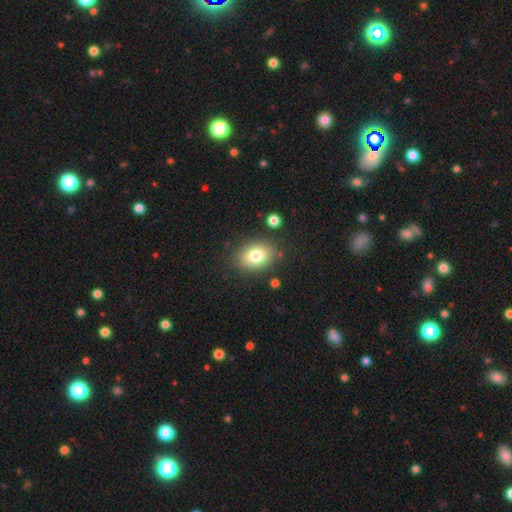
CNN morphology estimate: A smooth galaxy with no disk features (80%) that is in between round and cigar-shaped (66%).

Vote fractions:
- Smooth or featured? smooth: 80% / featured or disk: 10% / star or artifact: 10%
- How rounded? in between: 66% / round: 33% / cigar-shaped: 1%
- Merging? none: 82% / minor disturbance: 11% / major disturbance: 4% / merger: 3%